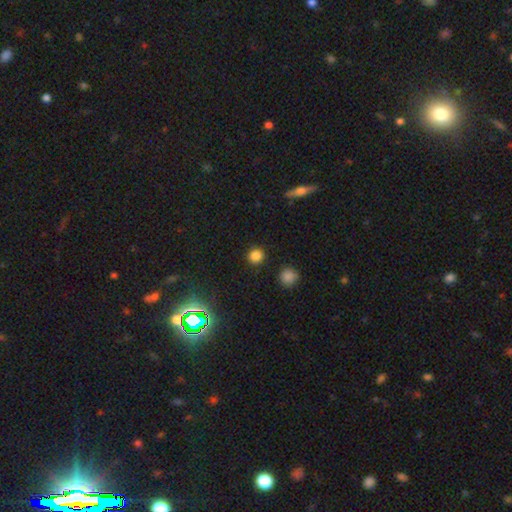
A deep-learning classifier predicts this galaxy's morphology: Smooth or featured: smooth — 81% (star or artifact — 15%)
How rounded: round — 93% (in between — 6%)
Merging: none — 90% (minor disturbance — 6%)